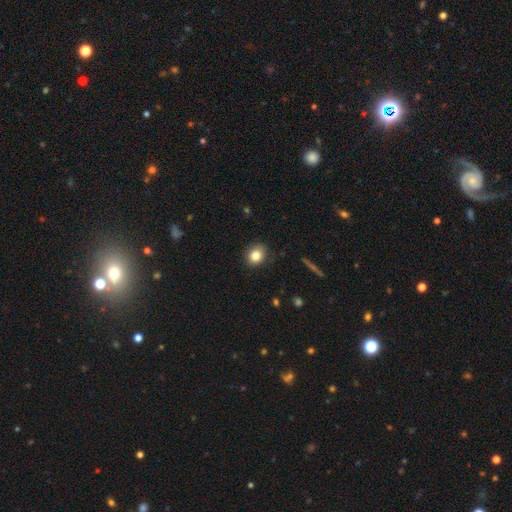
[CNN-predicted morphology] A smooth galaxy with no disk features (83%) that is round (65%).

Vote fractions:
- Smooth or featured? smooth: 83% / star or artifact: 10% / featured or disk: 7%
- How rounded? round: 65% / in between: 34% / cigar-shaped: 1%
- Merging? none: 85% / minor disturbance: 12% / major disturbance: 2% / merger: 1%